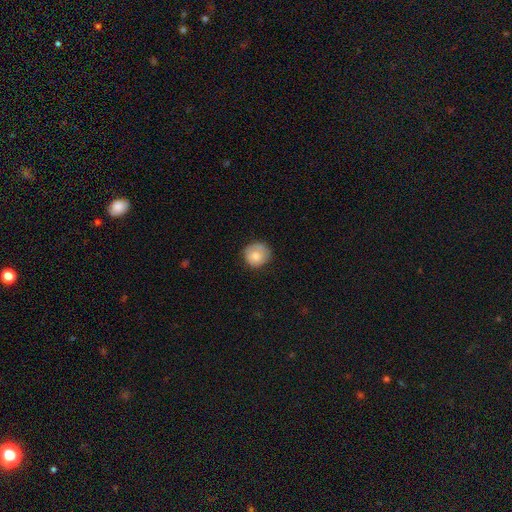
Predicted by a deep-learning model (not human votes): Smooth or featured? smooth (78%)
How rounded? round (90%)
Merging? none (74%)